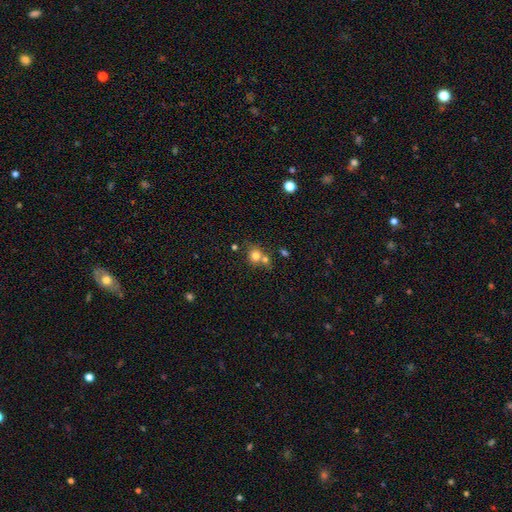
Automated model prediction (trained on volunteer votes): Smooth or featured? smooth (77%)
How rounded? round (83%)
Merging? none (50%)